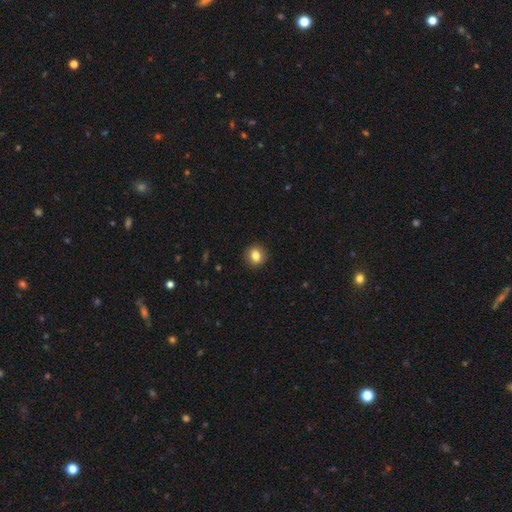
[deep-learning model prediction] A smooth galaxy with no disk features (83%) that is round (80%).

Vote fractions:
- Smooth or featured? smooth: 83% / star or artifact: 10% / featured or disk: 7%
- How rounded? round: 80% / in between: 19% / cigar-shaped: 1%
- Merging? none: 91% / minor disturbance: 6% / major disturbance: 2% / merger: 1%